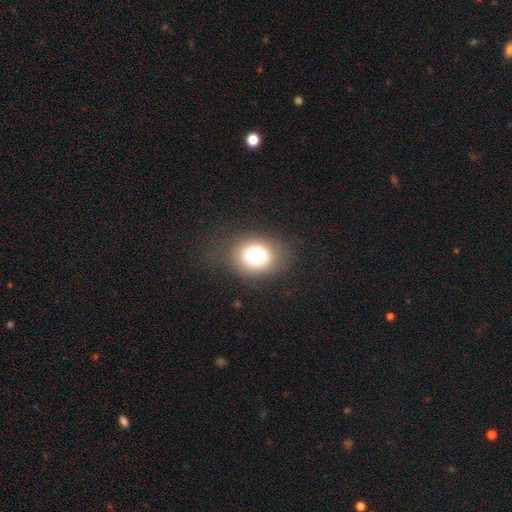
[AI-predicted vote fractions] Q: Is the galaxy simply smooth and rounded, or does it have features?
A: smooth — 73%.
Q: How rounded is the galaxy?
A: round — 57%.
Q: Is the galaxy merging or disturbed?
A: none — 76%.